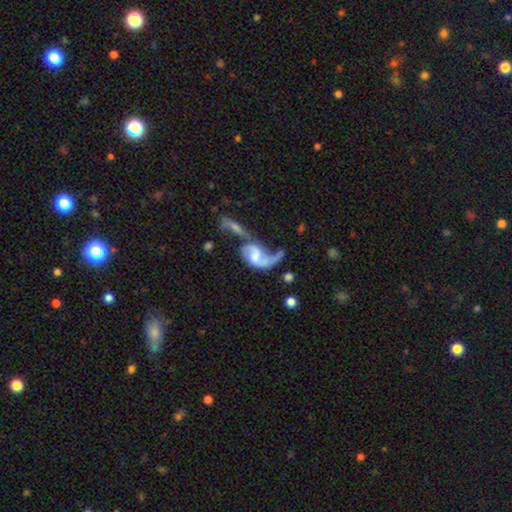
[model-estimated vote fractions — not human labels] featured or disk 72%, smooth 20%, star or artifact 8%. Down the decision tree: edge-on disk — no (96%); bar — no (44%); spiral arms — yes (83%); spiral arm count — 2 (60%); spiral winding — loose (71%); bulge size — moderate (29%, tied with none); merging — merger (41%).